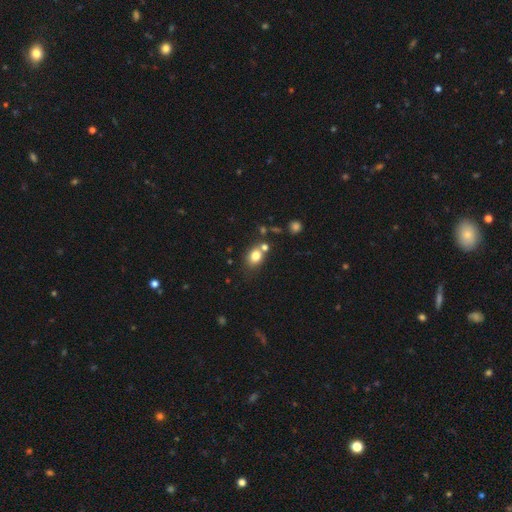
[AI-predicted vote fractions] Overall: smooth (79%). How rounded: in between (51%; round 48%). Merging: none (60%; merger 21%).